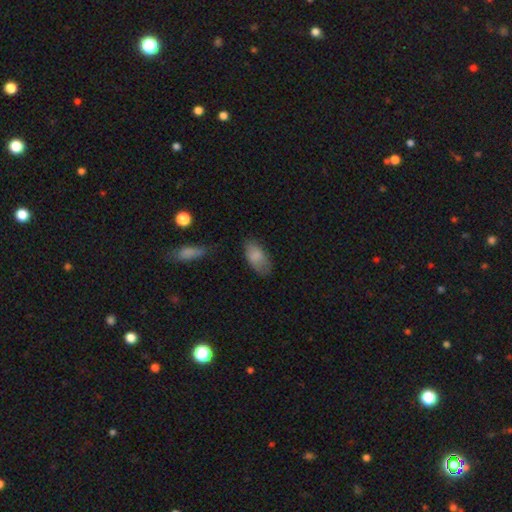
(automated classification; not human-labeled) This appears to be a smooth galaxy with no disk features (81%) that is in between round and cigar-shaped (93%). Merging: none (65%).